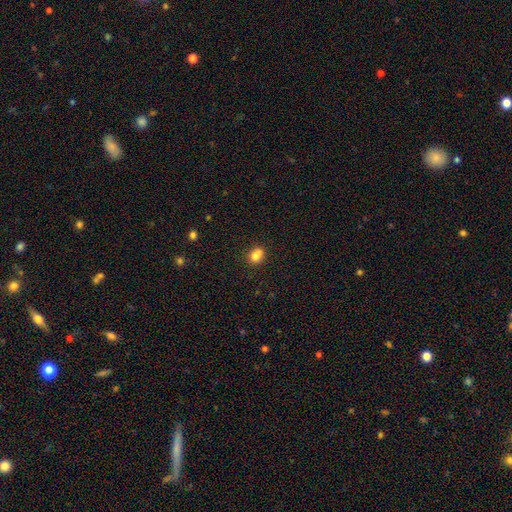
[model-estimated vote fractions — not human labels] This is likely a smooth galaxy (74%). How rounded: likely round (73%). Merging: possibly merger (47%).